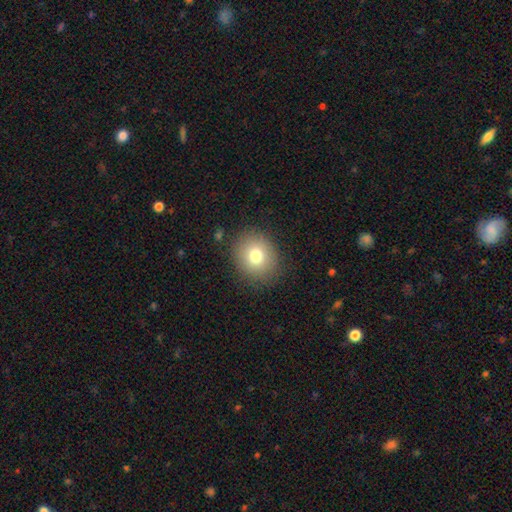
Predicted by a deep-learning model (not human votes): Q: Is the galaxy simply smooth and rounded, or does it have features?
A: smooth — 77%.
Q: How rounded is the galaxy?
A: round — 77%.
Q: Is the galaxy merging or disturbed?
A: none — 86%.